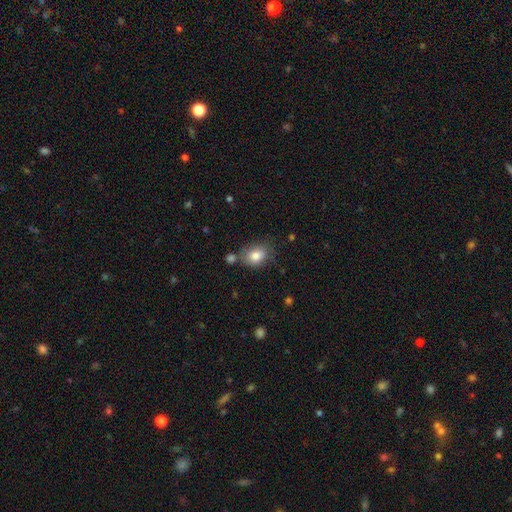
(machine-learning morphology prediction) Smooth or featured? Predicted: smooth (p=0.82). How rounded? Predicted: in between (p=0.60). Merging? Predicted: none (p=0.65).